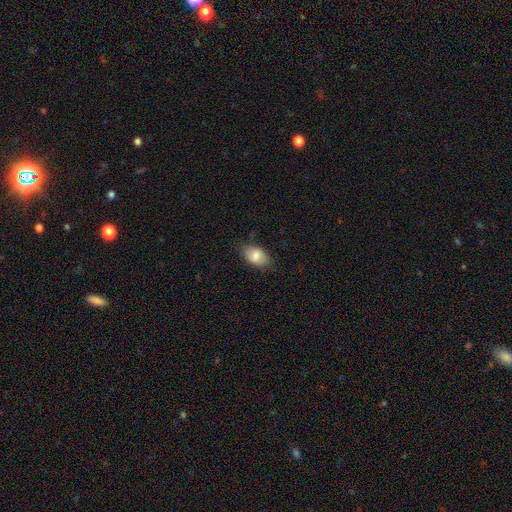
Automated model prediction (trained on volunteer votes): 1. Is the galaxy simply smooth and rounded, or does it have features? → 79% smooth, 14% featured or disk, 7% star or artifact.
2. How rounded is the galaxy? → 90% in between, 9% round, 2% cigar-shaped.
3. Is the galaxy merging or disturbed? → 76% none, 18% minor disturbance, 4% major disturbance, 1% merger.